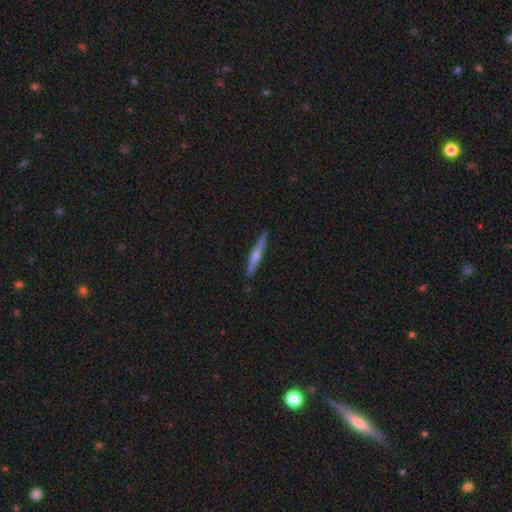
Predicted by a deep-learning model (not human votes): This is possibly a featured or disk galaxy (53%). It is clearly viewed edge-on (97%). Edge-on bulge: possibly rounded (53%). Merging: clearly none (88%).